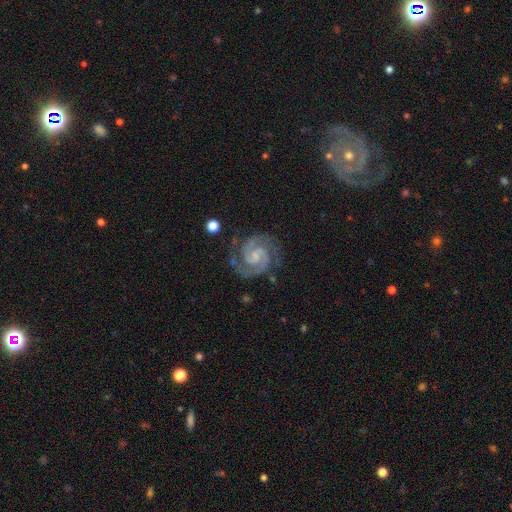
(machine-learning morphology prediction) This appears to be a featured or disk galaxy (92%) with a weak bar (47%), 2 (89%) tight (52%) spiral arms (99%) and a small central bulge (53%). Merging: none (78%).